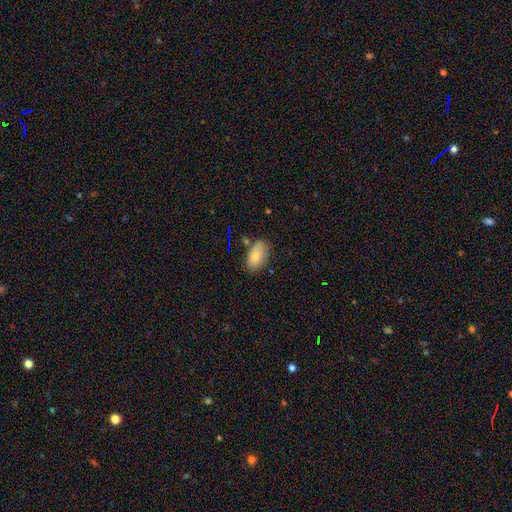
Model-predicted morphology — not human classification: This is likely a smooth galaxy (77%). How rounded: clearly in between (93%). Merging: likely none (77%).